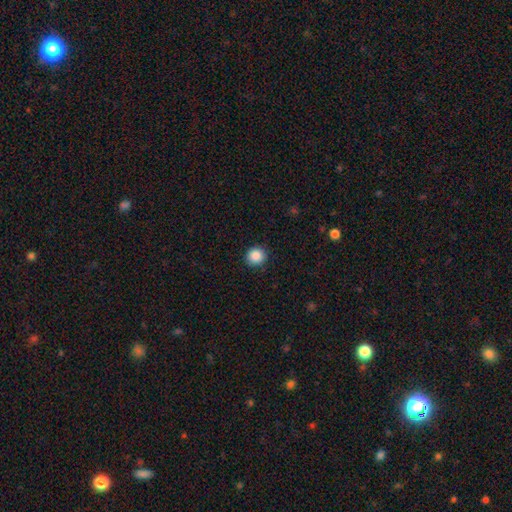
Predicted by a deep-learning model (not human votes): This appears to be a smooth galaxy with no disk features (88%) that is round (92%). Merging: none (91%).